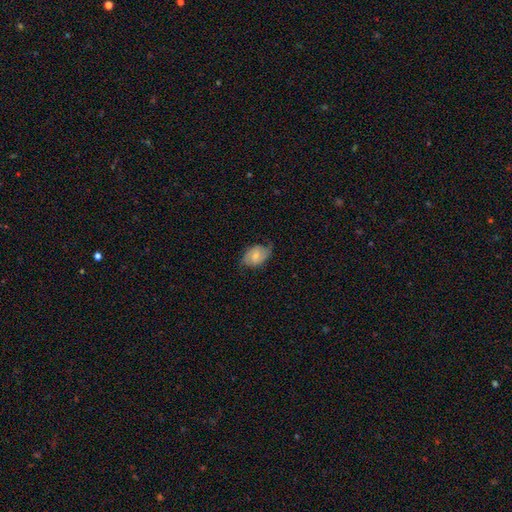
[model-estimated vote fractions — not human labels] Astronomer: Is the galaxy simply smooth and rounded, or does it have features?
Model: featured or disk — 59% (runner-up: smooth, 34%).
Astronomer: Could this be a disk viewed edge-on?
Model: no — 96%.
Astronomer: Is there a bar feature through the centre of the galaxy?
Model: weak — 45%, tied with no at 45%.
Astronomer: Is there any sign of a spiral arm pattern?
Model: yes — 88%.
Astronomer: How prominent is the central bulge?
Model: moderate — 46% (runner-up: small, 45%).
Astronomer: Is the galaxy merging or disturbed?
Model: none — 67%.